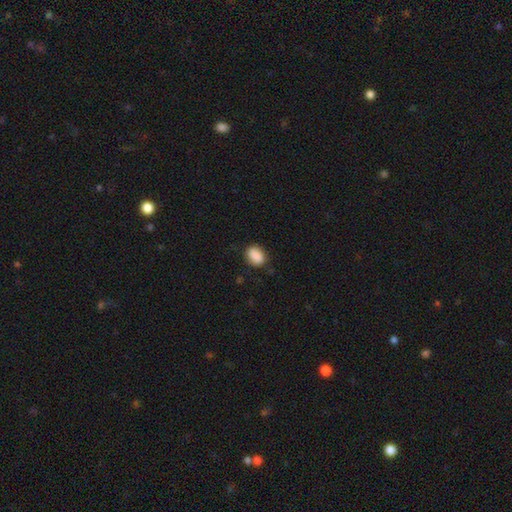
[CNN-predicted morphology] Smooth or featured? smooth (89%)
How rounded? in between (74%)
Merging? none (82%)